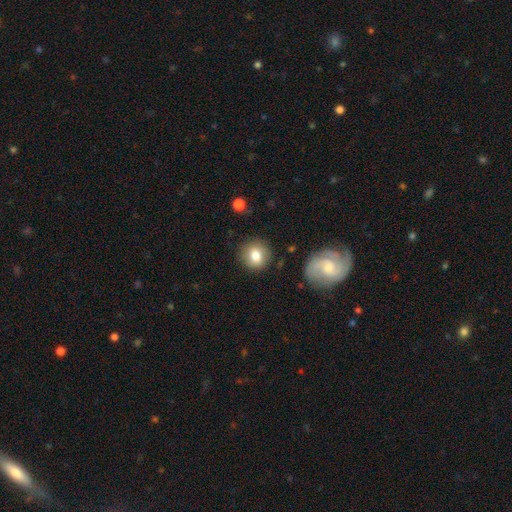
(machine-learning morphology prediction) A smooth galaxy with no disk features (79%) that is round (89%).

Vote fractions:
- Smooth or featured? smooth: 79% / featured or disk: 12% / star or artifact: 9%
- How rounded? round: 89% / in between: 10% / cigar-shaped: 1%
- Merging? none: 86% / minor disturbance: 9% / major disturbance: 3% / merger: 2%